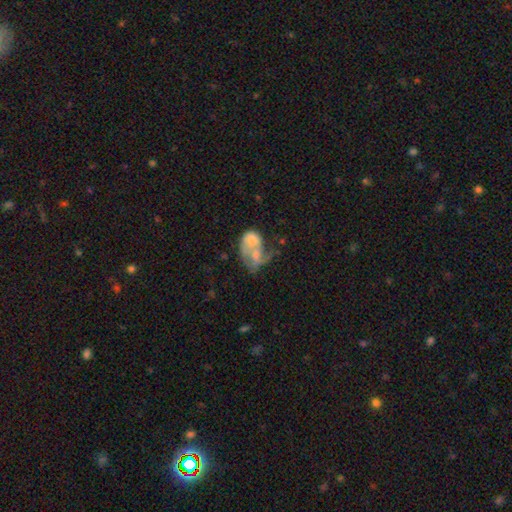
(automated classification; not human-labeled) This appears to be a smooth galaxy with no disk features (46%). Merging: merger (49%).